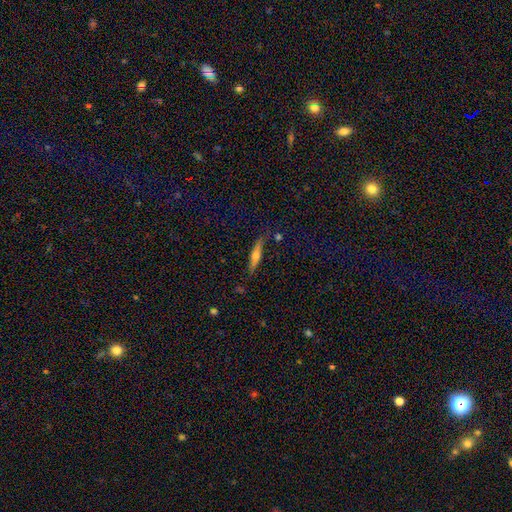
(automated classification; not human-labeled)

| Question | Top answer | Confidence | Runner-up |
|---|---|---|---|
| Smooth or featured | featured or disk | 48% | smooth (45%) |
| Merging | none | 79% | minor disturbance (14%) |